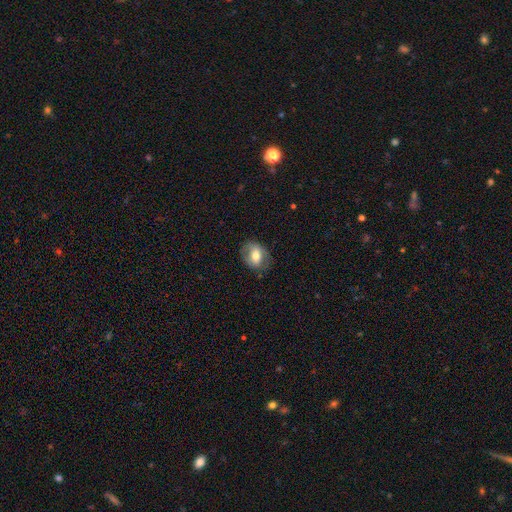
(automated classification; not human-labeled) Smooth or featured? smooth (62%)
How rounded? in between (61%)
Merging? none (76%)